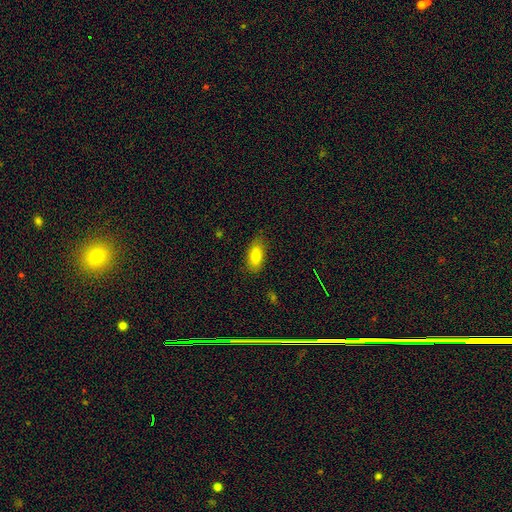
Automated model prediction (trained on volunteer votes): Overall: smooth (79%). How rounded: in between (87%). Merging: none (80%).